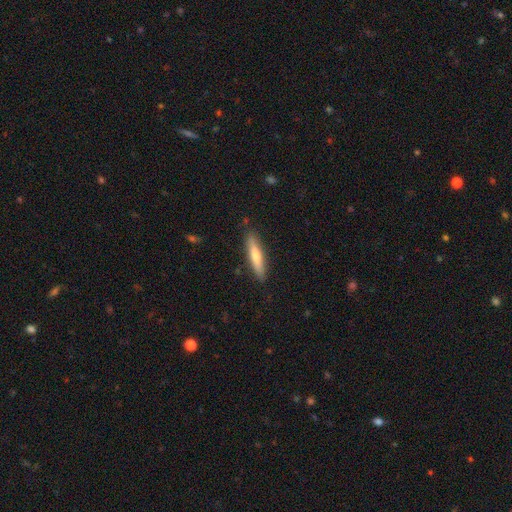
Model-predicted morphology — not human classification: This appears to be a smooth galaxy with no disk features (58%) that is cigar-shaped (86%). Merging: none (88%).